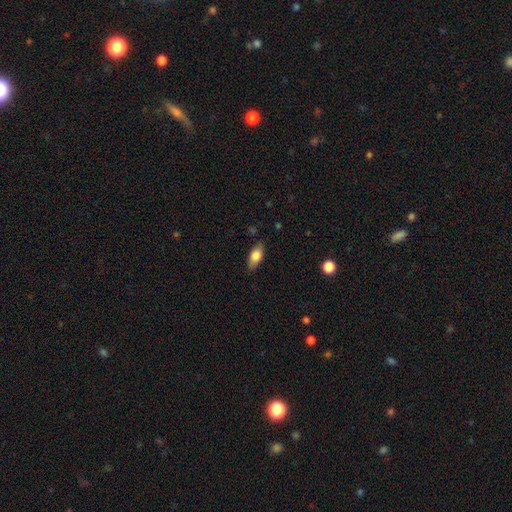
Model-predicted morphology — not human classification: A smooth galaxy with no disk features (77%) that is in between round and cigar-shaped (85%).

Vote fractions:
- Smooth or featured? smooth: 77% / featured or disk: 16% / star or artifact: 7%
- How rounded? in between: 85% / cigar-shaped: 11% / round: 4%
- Merging? none: 82% / minor disturbance: 14% / major disturbance: 3% / merger: 1%